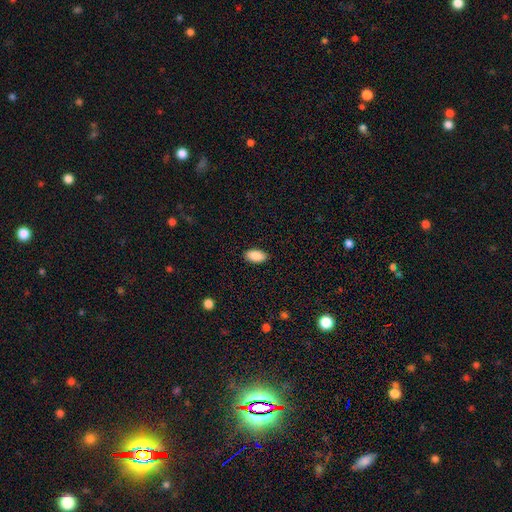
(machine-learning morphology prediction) Q: Smooth or featured?
A: smooth (89%); runner-up: star or artifact (7%)
Q: How rounded?
A: in between (94%); runner-up: round (3%)
Q: Merging?
A: none (88%); runner-up: minor disturbance (9%)